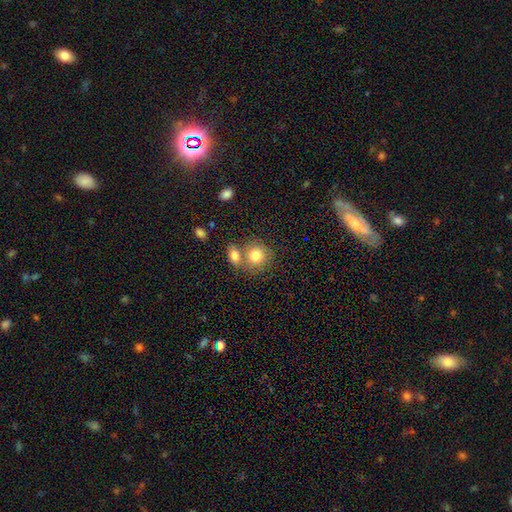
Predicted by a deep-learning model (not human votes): smooth 80%, featured or disk 12%, star or artifact 9%. Down the decision tree: how rounded — round (78%); merging — none (49%).